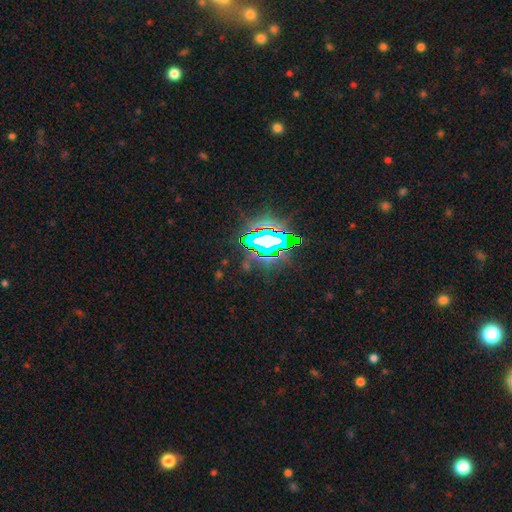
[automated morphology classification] A star or artifact, not a galaxy (83%).

Vote fractions:
- Smooth or featured? star or artifact: 83% / smooth: 10% / featured or disk: 7%